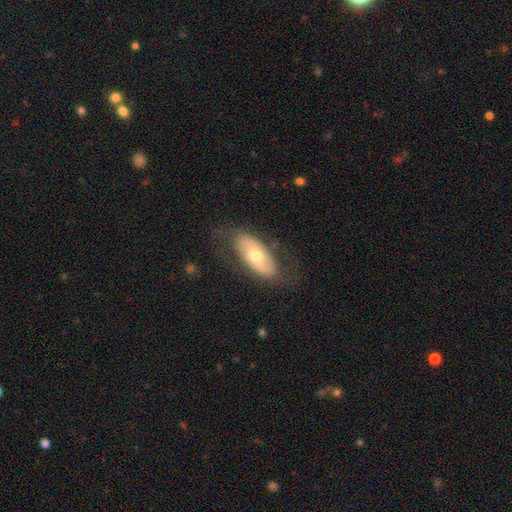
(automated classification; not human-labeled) This is possibly a featured or disk galaxy (47%, tied with smooth). Merging: likely none (71%).